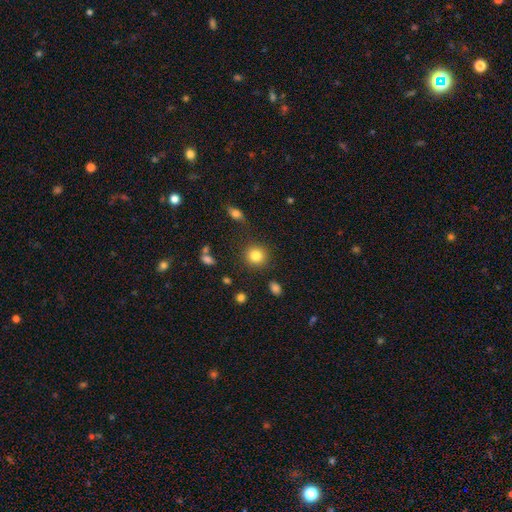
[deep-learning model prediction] Smooth or featured?
  - smooth: 83% *
  - star or artifact: 10%
  - featured or disk: 7%
How rounded?
  - round: 90% *
  - in between: 9%
  - cigar-shaped: 1%
Merging?
  - none: 86% *
  - minor disturbance: 8%
  - major disturbance: 3%
  - merger: 3%